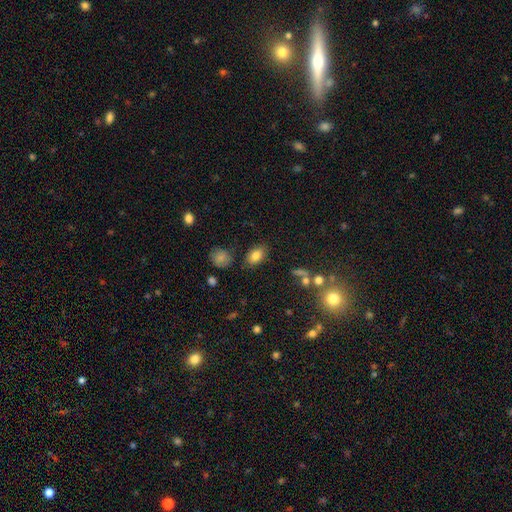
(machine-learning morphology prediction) This appears to be a smooth galaxy with no disk features (81%) that is in between round and cigar-shaped (88%). Merging: none (81%).